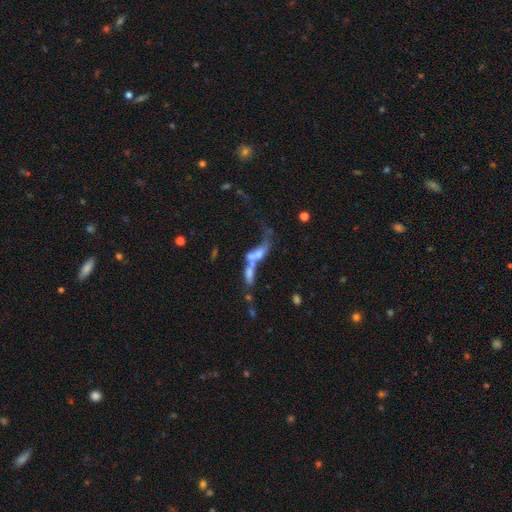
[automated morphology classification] Smooth or featured: featured or disk — 46% (smooth — 42%)
Merging: merger — 64% (major disturbance — 16%)